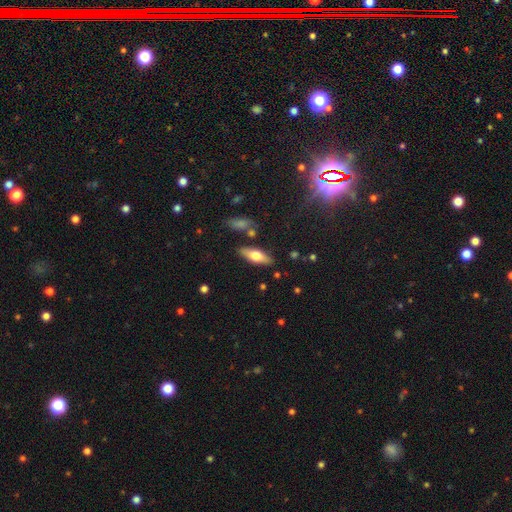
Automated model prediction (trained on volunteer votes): Smooth or featured? Predicted: smooth (p=0.59). How rounded? Predicted: in between (p=0.61). Merging? Predicted: none (p=0.82).